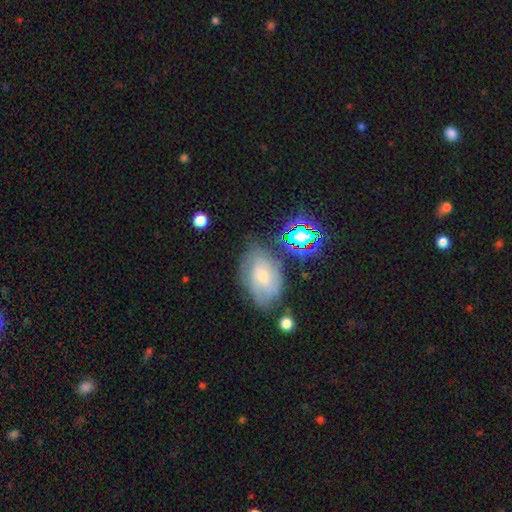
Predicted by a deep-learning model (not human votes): Q: Smooth or featured?
A: featured or disk (56%); runner-up: smooth (26%)
Q: Edge-on disk?
A: no (94%); runner-up: yes (6%)
Q: Bar?
A: no (68%); runner-up: weak (26%)
Q: Spiral arms?
A: yes (82%); runner-up: no (18%)
Q: Bulge size?
A: small (64%); runner-up: moderate (31%)
Q: Merging?
A: none (67%); runner-up: minor disturbance (21%)